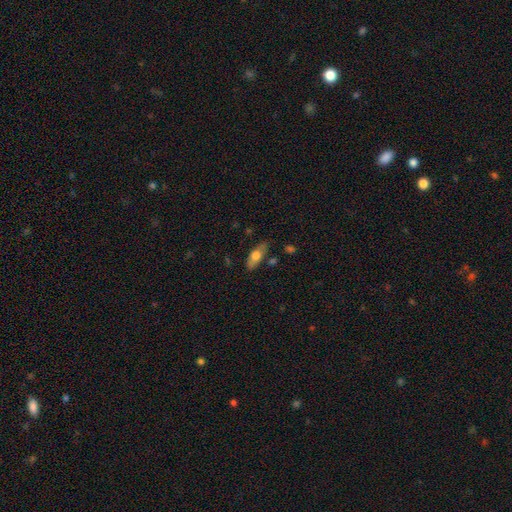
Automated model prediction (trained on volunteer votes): Smooth or featured? smooth (63%)
How rounded? in between (71%)
Merging? none (77%)